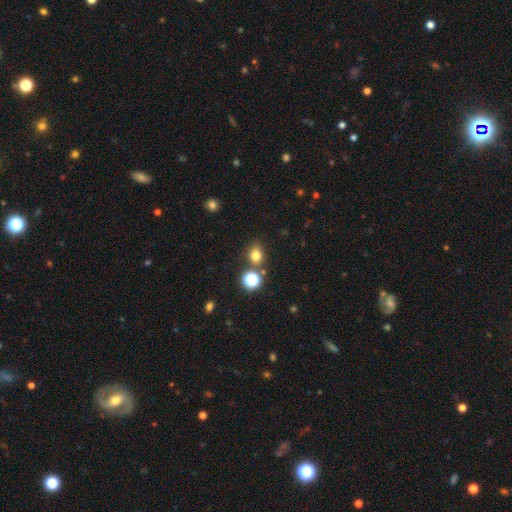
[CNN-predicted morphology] A smooth galaxy with no disk features (76%) that is round (61%).

Vote fractions:
- Smooth or featured? smooth: 76% / star or artifact: 18% / featured or disk: 7%
- How rounded? round: 61% / in between: 38% / cigar-shaped: 1%
- Merging? none: 75% / merger: 11% / minor disturbance: 10% / major disturbance: 3%